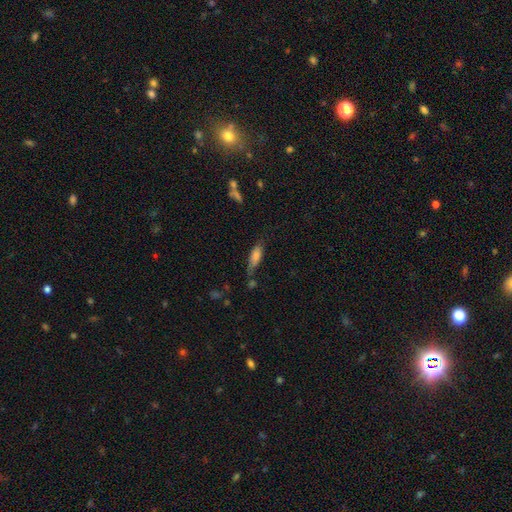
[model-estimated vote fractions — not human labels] Smooth or featured?
  - smooth: 74% *
  - featured or disk: 18%
  - star or artifact: 8%
How rounded?
  - in between: 58% *
  - cigar-shaped: 40%
  - round: 2%
Merging?
  - none: 49% *
  - minor disturbance: 30%
  - major disturbance: 11%
  - merger: 10%